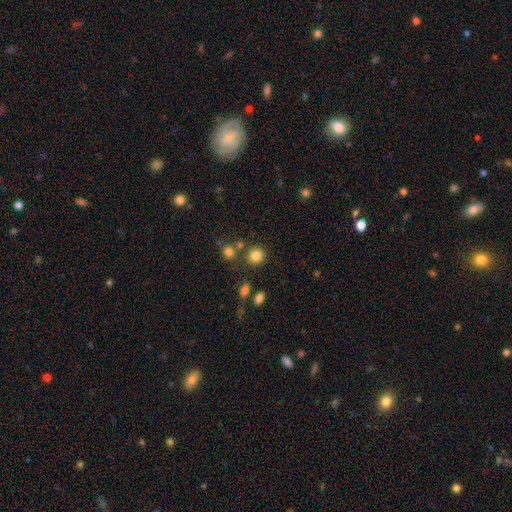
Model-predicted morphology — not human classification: Smooth or featured?
  - smooth: 82% *
  - star or artifact: 12%
  - featured or disk: 6%
How rounded?
  - round: 84% *
  - in between: 15%
  - cigar-shaped: 1%
Merging?
  - none: 78% *
  - merger: 10%
  - minor disturbance: 9%
  - major disturbance: 4%